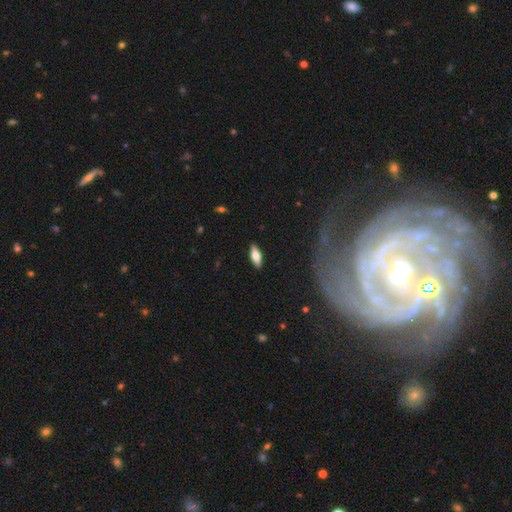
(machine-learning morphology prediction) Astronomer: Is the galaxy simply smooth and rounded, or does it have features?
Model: smooth — 65%.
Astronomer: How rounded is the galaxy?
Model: in between — 64%.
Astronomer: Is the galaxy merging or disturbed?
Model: none — 89%.